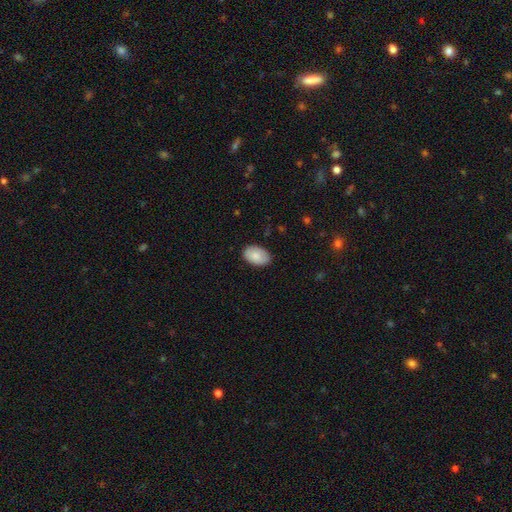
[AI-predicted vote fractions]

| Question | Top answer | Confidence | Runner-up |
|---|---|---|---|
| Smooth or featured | smooth | 84% | featured or disk (10%) |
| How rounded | in between | 91% | round (8%) |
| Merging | none | 85% | minor disturbance (12%) |